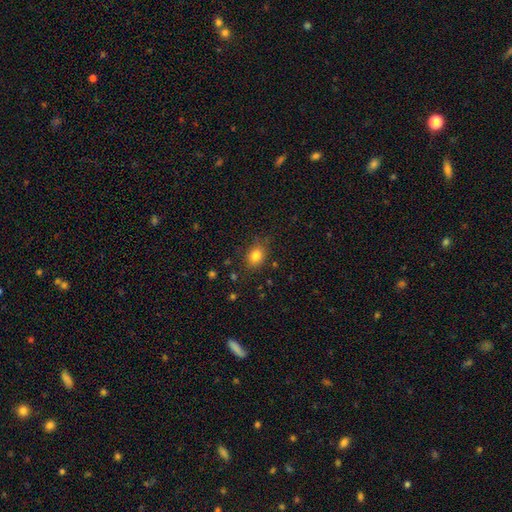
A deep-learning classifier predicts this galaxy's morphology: Smooth or featured? smooth (82%)
How rounded? in between (59%)
Merging? none (80%)